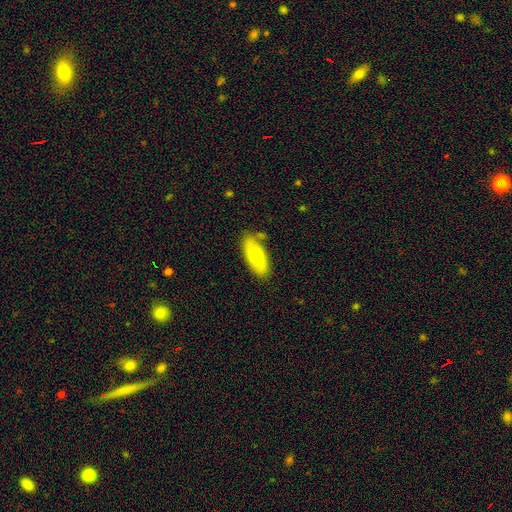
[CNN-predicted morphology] smooth 68%, featured or disk 26%, star or artifact 6%. Down the decision tree: how rounded — in between (85%); merging — none (76%).